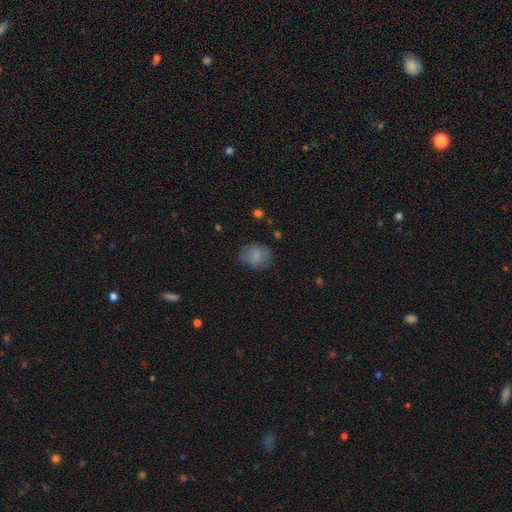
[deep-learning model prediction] This appears to be a smooth galaxy with no disk features (79%) that is round (52%). Merging: none (67%).